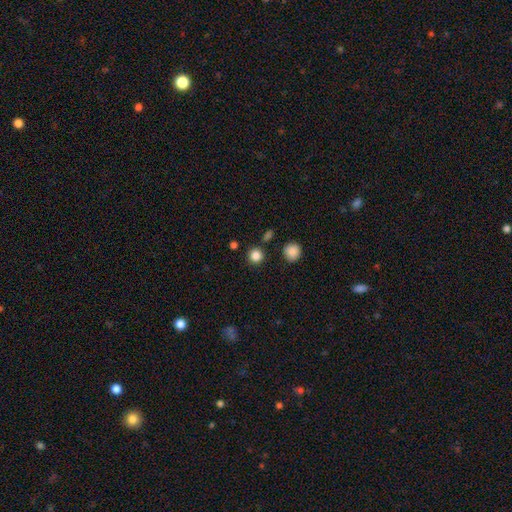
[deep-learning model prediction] Smooth or featured: smooth — 85% (star or artifact — 12%)
How rounded: round — 94% (in between — 5%)
Merging: none — 87% (minor disturbance — 7%)